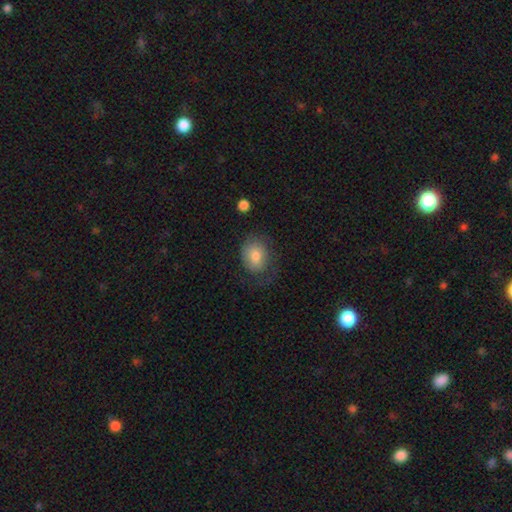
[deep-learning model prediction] Smooth or featured? smooth (76%)
How rounded? in between (55%)
Merging? none (54%)